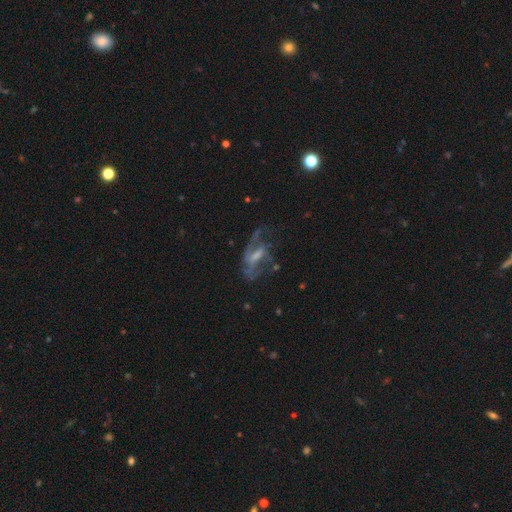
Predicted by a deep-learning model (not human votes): Q: Smooth or featured?
A: featured or disk (78%); runner-up: smooth (13%)
Q: Edge-on disk?
A: no (93%); runner-up: yes (7%)
Q: Bar?
A: weak (46%); runner-up: strong (31%)
Q: Spiral arms?
A: yes (82%); runner-up: no (18%)
Q: Spiral winding?
A: medium (44%); runner-up: loose (36%)
Q: Spiral arm count?
A: 2 (48%); runner-up: can't tell (22%)
Q: Bulge size?
A: small (37%); runner-up: moderate (36%)
Q: Merging?
A: none (45%); runner-up: major disturbance (32%)